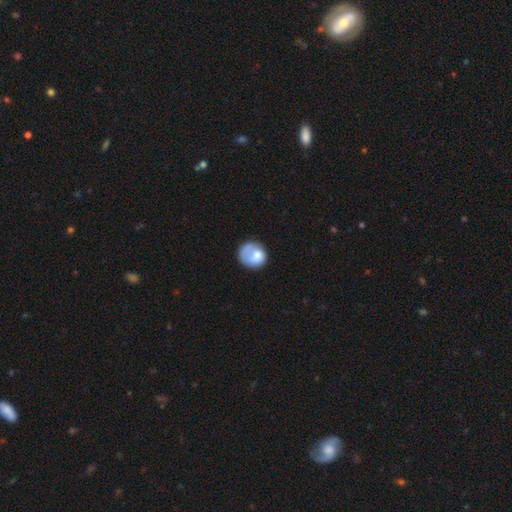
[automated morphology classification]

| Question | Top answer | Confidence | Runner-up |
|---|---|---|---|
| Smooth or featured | smooth | 66% | featured or disk (27%) |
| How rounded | round | 73% | in between (26%) |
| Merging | none | 43% | minor disturbance (26%) |